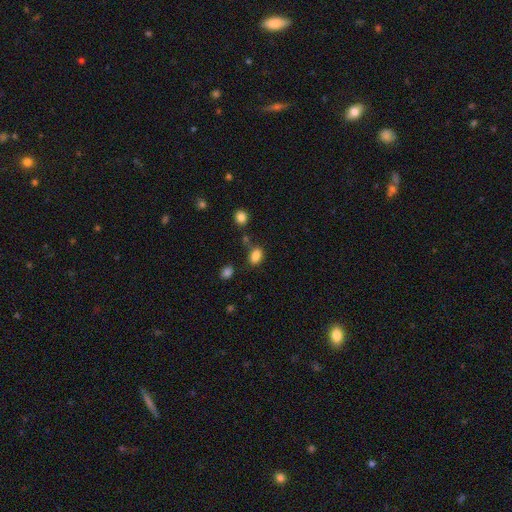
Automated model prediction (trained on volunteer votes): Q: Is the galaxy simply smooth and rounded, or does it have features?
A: smooth — 85%.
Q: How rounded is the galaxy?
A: in between — 82%.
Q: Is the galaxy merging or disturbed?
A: none — 72%.